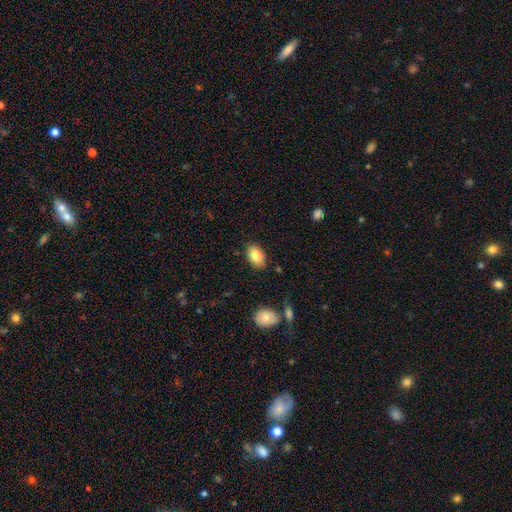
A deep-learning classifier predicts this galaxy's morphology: smooth_or_featured: smooth (p=0.84) [alt: featured or disk p=0.09]
how_rounded: in between (p=0.89) [alt: round p=0.10]
merging: none (p=0.85) [alt: minor disturbance p=0.11]